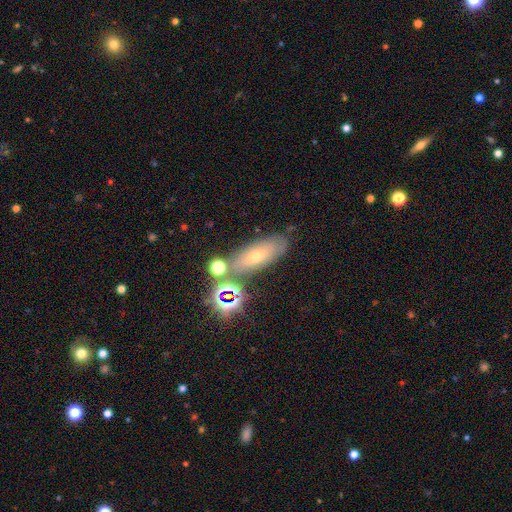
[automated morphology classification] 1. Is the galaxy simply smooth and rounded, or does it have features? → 52% smooth, 28% featured or disk, 20% star or artifact.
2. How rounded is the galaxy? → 68% in between, 24% cigar-shaped, 8% round.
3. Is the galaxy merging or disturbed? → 69% none, 14% minor disturbance, 12% merger, 5% major disturbance.